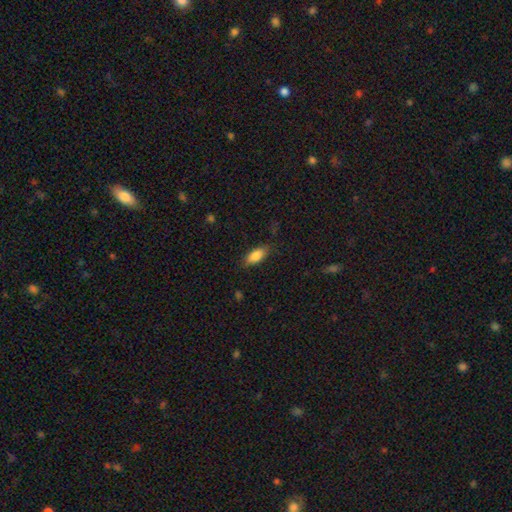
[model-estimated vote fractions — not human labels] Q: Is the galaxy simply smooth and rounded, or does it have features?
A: smooth — 83%.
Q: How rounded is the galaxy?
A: in between — 81%.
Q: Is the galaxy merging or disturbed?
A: none — 80%.